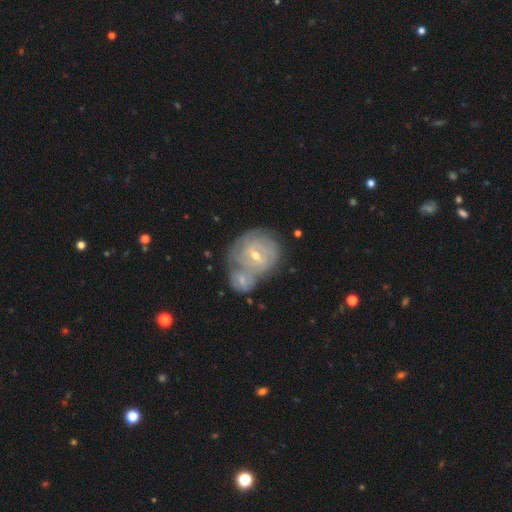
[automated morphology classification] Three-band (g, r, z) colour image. It shows a featured or disk galaxy (77%) with a weak bar (56%), tight (74%) spiral arms (83%) and a small central bulge (55%). Merging: merger (51%).